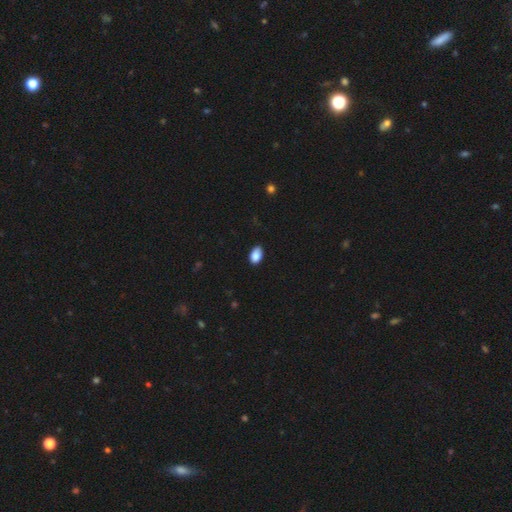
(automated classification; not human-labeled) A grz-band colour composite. It shows a smooth galaxy with no disk features (89%) that is in between round and cigar-shaped (92%). Merging: none (83%).